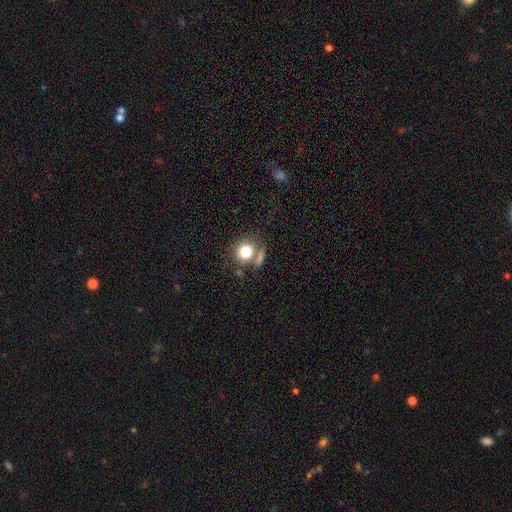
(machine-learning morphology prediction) smooth 73%, star or artifact 16%, featured or disk 11%. Down the decision tree: how rounded — round (81%); merging — none (61%).